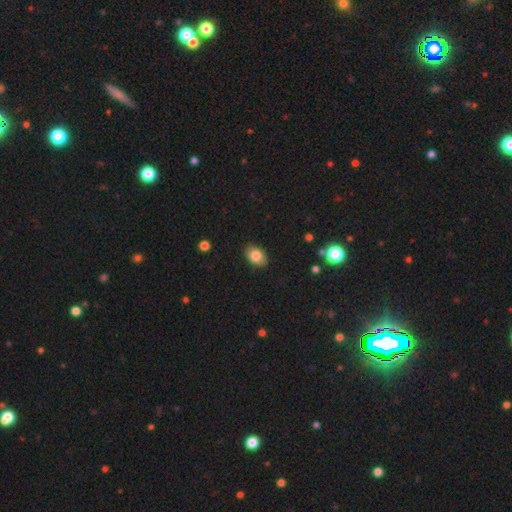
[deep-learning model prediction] Smooth or featured: smooth — 81% (featured or disk — 10%)
How rounded: in between — 83% (round — 16%)
Merging: none — 86% (minor disturbance — 11%)